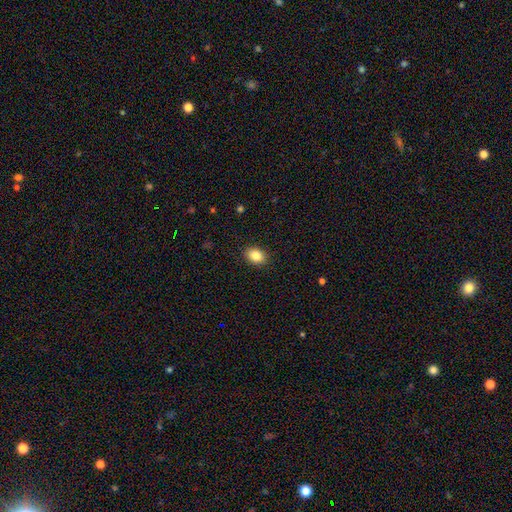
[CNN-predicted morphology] Overall: smooth (86%). How rounded: in between (72%). Merging: none (89%).